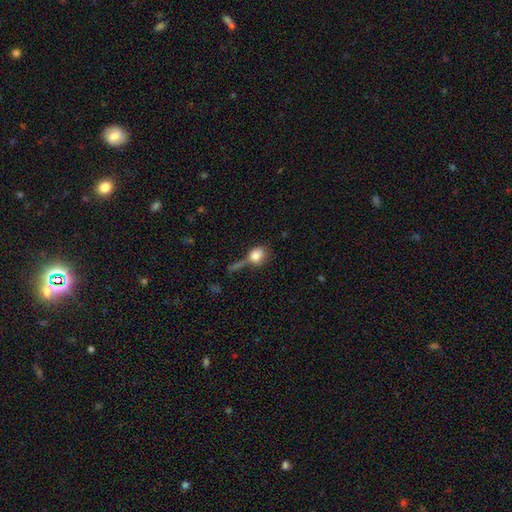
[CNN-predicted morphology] type=smooth (78%); roundness=round (58%); merging=none (33%).